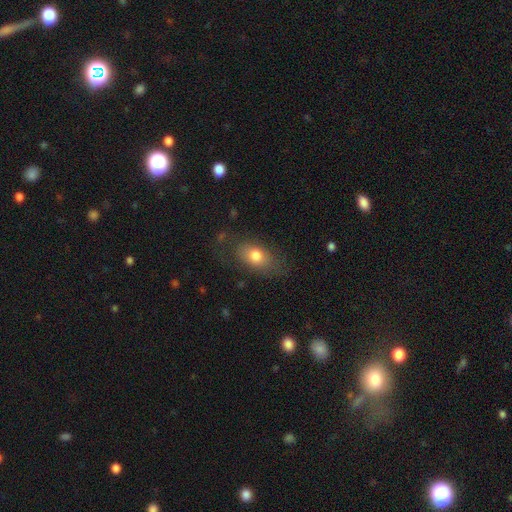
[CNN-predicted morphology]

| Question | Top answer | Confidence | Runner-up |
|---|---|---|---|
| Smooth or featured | smooth | 74% | featured or disk (17%) |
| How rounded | in between | 82% | round (14%) |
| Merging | none | 68% | minor disturbance (19%) |